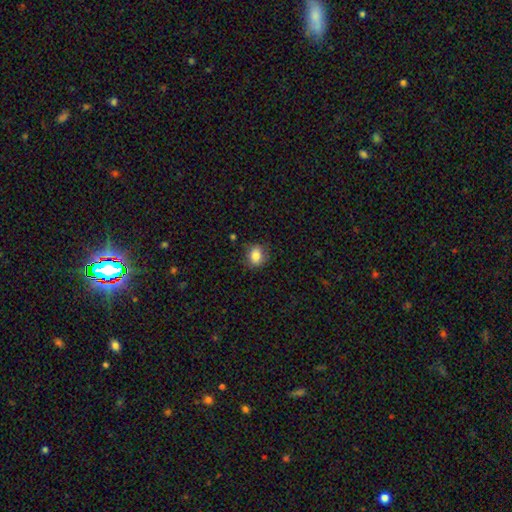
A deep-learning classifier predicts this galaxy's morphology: Smooth or featured? Predicted: smooth (p=0.84). How rounded? Predicted: round (p=0.57). Merging? Predicted: none (p=0.78).